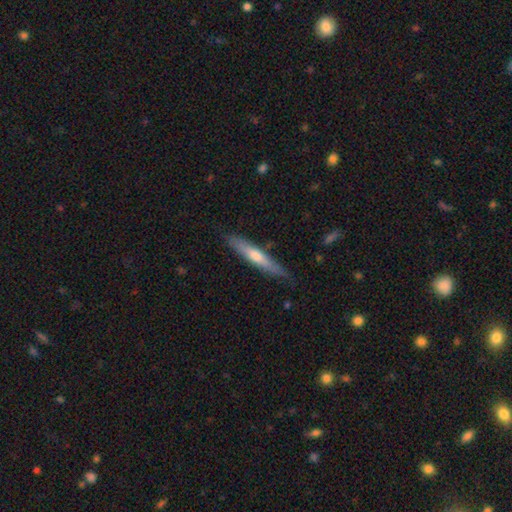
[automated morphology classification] This appears to be a featured or disk galaxy (49%). Merging: none (83%).